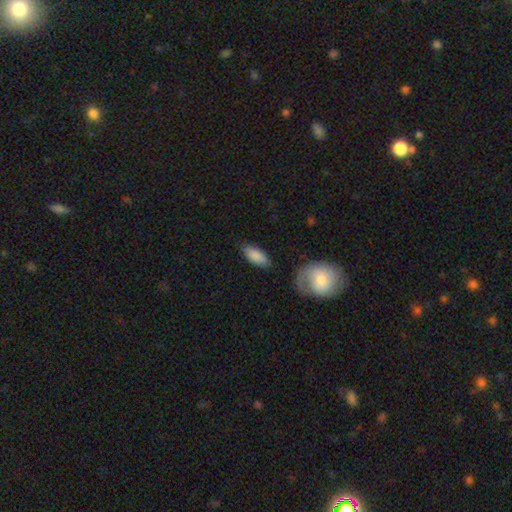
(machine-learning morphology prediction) The model was most divided on "merging": none: 78%, minor disturbance: 15%, major disturbance: 4%, merger: 3%. More confident: how rounded — in between (86%); smooth or featured — smooth (84%).